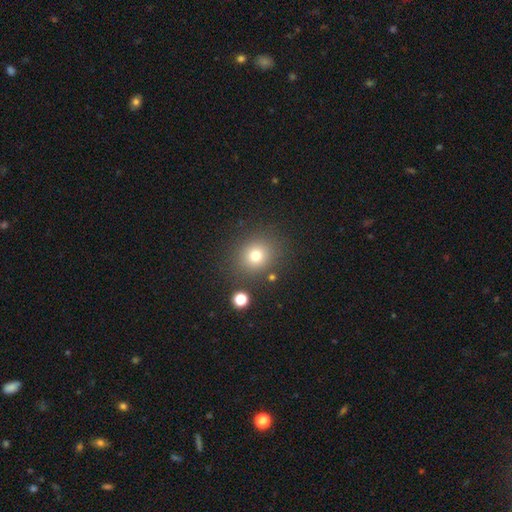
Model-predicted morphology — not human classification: Smooth or featured? smooth (75%)
How rounded? round (79%)
Merging? none (84%)